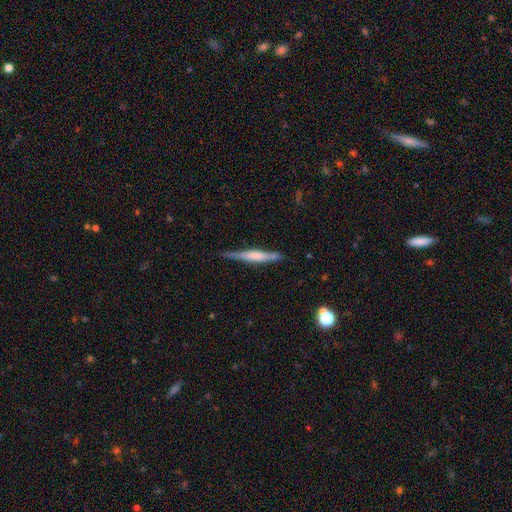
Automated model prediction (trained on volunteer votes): Morphology: type=featured or disk (50%); edge-on=yes (95%); merging=none (79%).